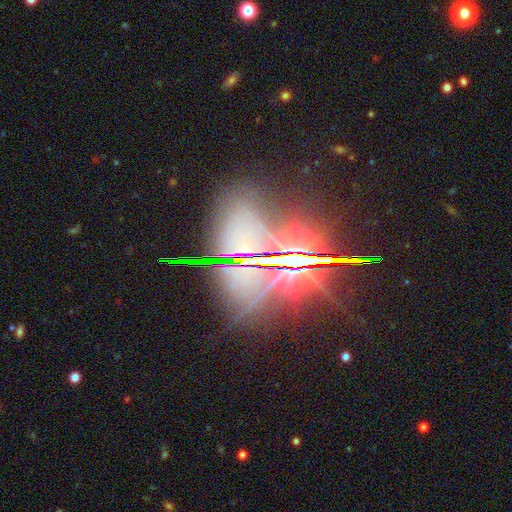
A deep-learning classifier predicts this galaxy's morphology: A star or artifact, not a galaxy (75%).

Vote fractions:
- Smooth or featured? star or artifact: 75% / featured or disk: 15% / smooth: 10%